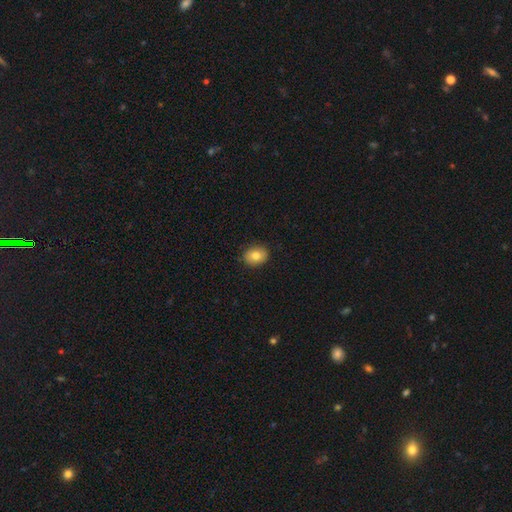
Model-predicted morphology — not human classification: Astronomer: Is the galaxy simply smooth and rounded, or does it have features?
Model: smooth — 82%.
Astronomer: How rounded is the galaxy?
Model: in between — 51% (runner-up: round, 48%).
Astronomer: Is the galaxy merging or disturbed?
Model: none — 88%.